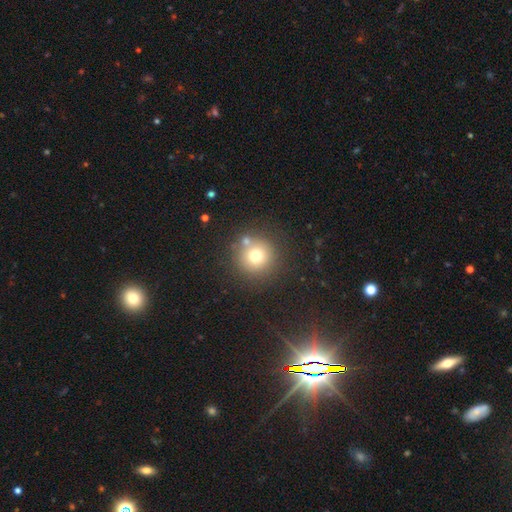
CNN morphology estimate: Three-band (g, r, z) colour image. It shows a smooth galaxy with no disk features (72%) that is round (95%). Merging: none (77%).